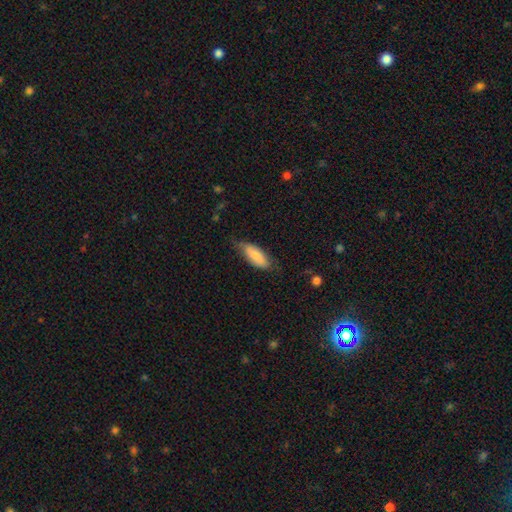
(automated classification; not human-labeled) smooth-or-featured: smooth: 78% | featured or disk: 16% | star or artifact: 6%
  how-rounded: in between: 78% | cigar-shaped: 20% | round: 2%
  merging: none: 62% | minor disturbance: 29% | major disturbance: 7% | merger: 2%